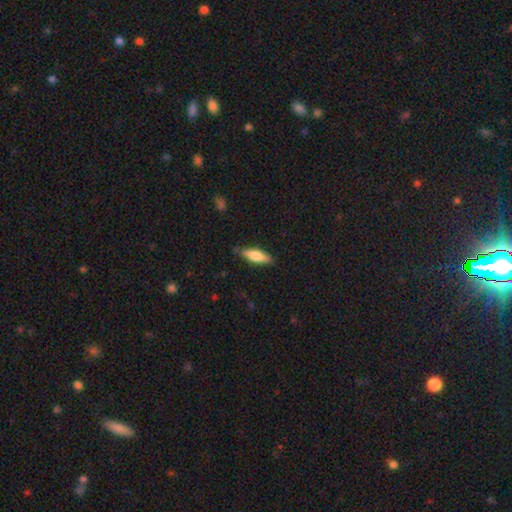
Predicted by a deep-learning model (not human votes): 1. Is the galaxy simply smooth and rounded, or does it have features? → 71% smooth, 24% featured or disk, 6% star or artifact.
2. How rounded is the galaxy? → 49% cigar-shaped (tied), 49% in between (tied), 2% round.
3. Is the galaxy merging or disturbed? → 81% none, 15% minor disturbance, 3% major disturbance, 2% merger.